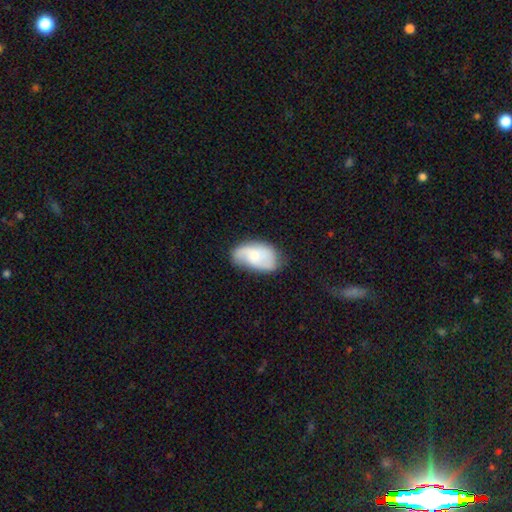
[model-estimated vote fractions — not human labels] Smooth or featured? Predicted: smooth (p=0.50). Merging? Predicted: none (p=0.56).